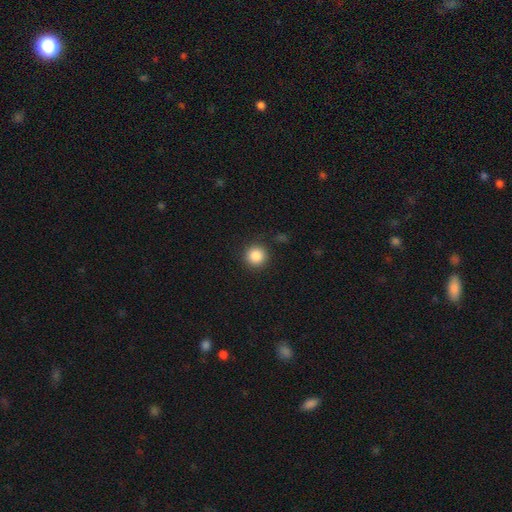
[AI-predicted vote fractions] Smooth or featured?
  - smooth: 86% *
  - star or artifact: 10%
  - featured or disk: 4%
How rounded?
  - round: 95% *
  - in between: 4%
  - cigar-shaped: 1%
Merging?
  - none: 90% *
  - minor disturbance: 7%
  - major disturbance: 3%
  - merger: 1%